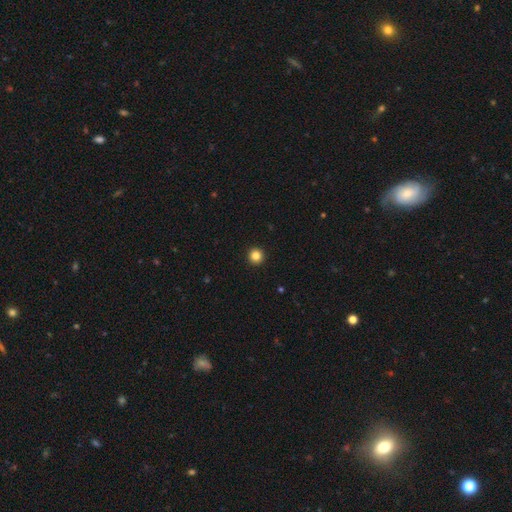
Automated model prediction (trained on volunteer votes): Q: Smooth or featured?
A: smooth (84%); runner-up: star or artifact (11%)
Q: How rounded?
A: round (96%); runner-up: in between (3%)
Q: Merging?
A: none (94%); runner-up: minor disturbance (3%)